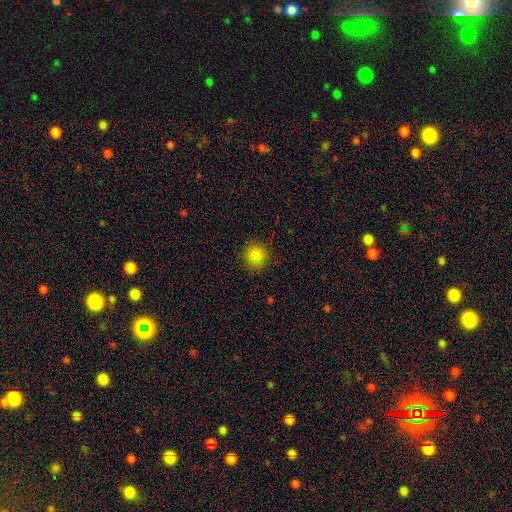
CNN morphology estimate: Smooth or featured? smooth (86%)
How rounded? round (91%)
Merging? none (88%)